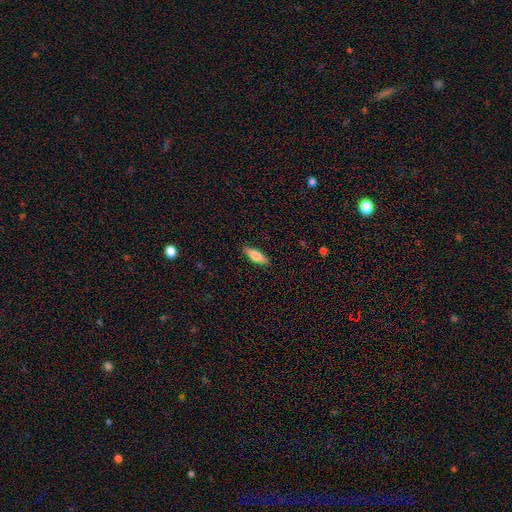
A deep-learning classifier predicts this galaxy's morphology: Q: Smooth or featured?
A: smooth (74%); runner-up: featured or disk (20%)
Q: How rounded?
A: in between (54%); runner-up: cigar-shaped (44%)
Q: Merging?
A: none (88%); runner-up: minor disturbance (9%)